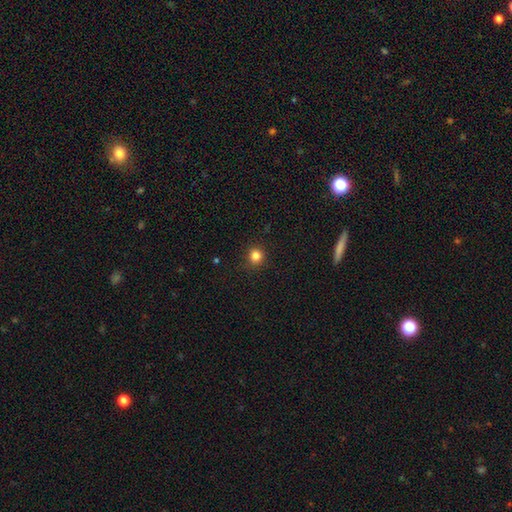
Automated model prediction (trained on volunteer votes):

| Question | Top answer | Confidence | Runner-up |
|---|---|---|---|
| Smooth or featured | smooth | 83% | star or artifact (13%) |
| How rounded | round | 92% | in between (7%) |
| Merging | none | 90% | minor disturbance (7%) |